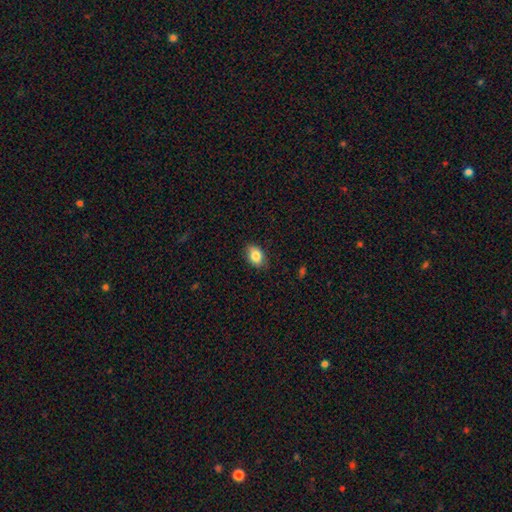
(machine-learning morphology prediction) smooth_or_featured: smooth (p=0.84) [alt: star or artifact p=0.08]
how_rounded: in between (p=0.80) [alt: round p=0.19]
merging: none (p=0.84) [alt: minor disturbance p=0.12]